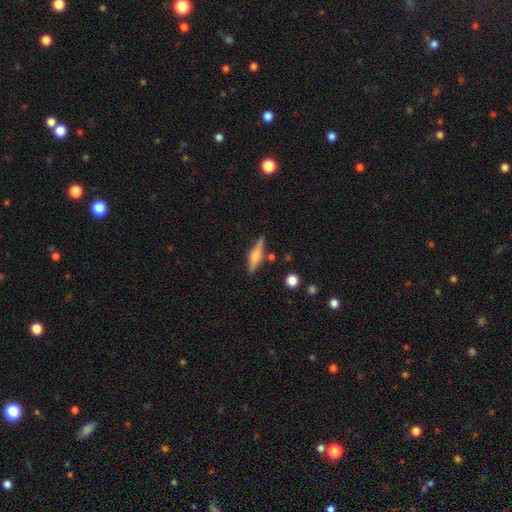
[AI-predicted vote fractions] A featured or disk galaxy (58%) viewed edge-on (96%) with a rounded central bulge (84%).

Vote fractions:
- Smooth or featured? featured or disk: 58% / smooth: 35% / star or artifact: 7%
- Edge-on disk? yes: 96% / no: 4%
- Edge-on bulge? rounded: 84% / boxy: 12% / none: 4%
- Merging? none: 83% / minor disturbance: 11% / merger: 4% / major disturbance: 3%